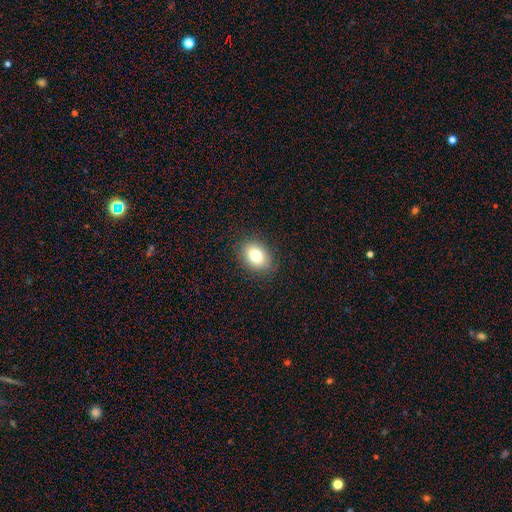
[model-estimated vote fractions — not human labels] This is likely a smooth galaxy (80%). How rounded: likely in between (69%). Merging: clearly none (87%).